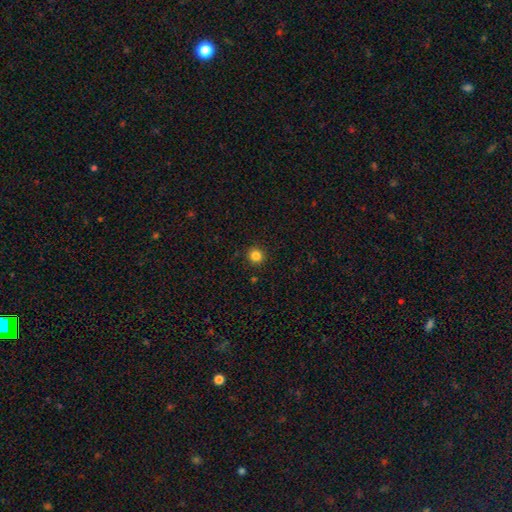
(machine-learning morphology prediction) smooth_or_featured: smooth (p=0.84) [alt: star or artifact p=0.12]
how_rounded: round (p=0.94) [alt: in between p=0.05]
merging: none (p=0.92) [alt: minor disturbance p=0.05]